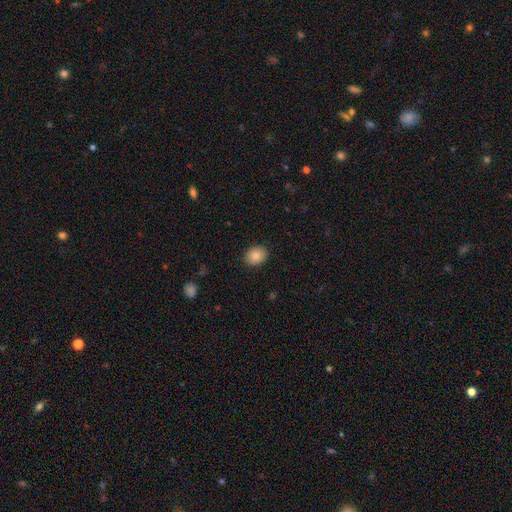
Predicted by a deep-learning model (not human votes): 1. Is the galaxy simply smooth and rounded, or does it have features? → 86% smooth, 8% star or artifact, 5% featured or disk.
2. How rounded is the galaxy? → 50% round, 49% in between, 1% cigar-shaped.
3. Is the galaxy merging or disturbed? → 90% none, 8% minor disturbance, 2% major disturbance, 1% merger.